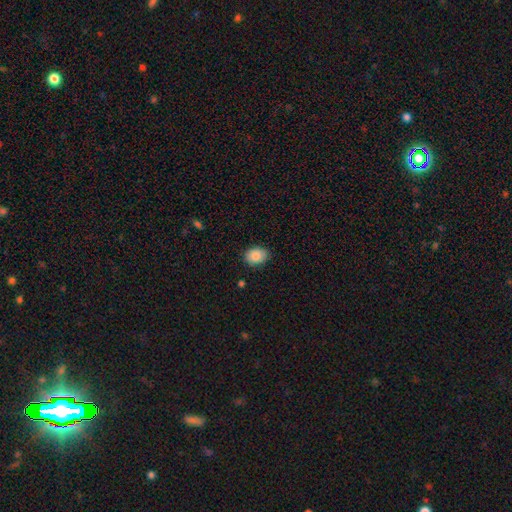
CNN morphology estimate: This appears to be a smooth galaxy with no disk features (88%) that is in between round and cigar-shaped (60%). Merging: none (85%).